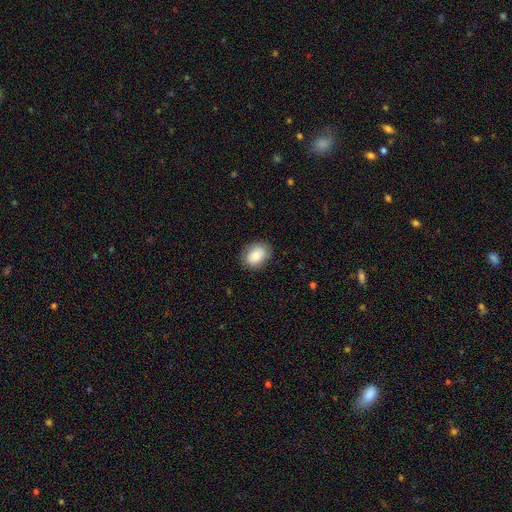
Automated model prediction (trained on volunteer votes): Q: Smooth or featured?
A: smooth (78%); runner-up: featured or disk (15%)
Q: How rounded?
A: in between (67%); runner-up: round (32%)
Q: Merging?
A: none (81%); runner-up: minor disturbance (14%)